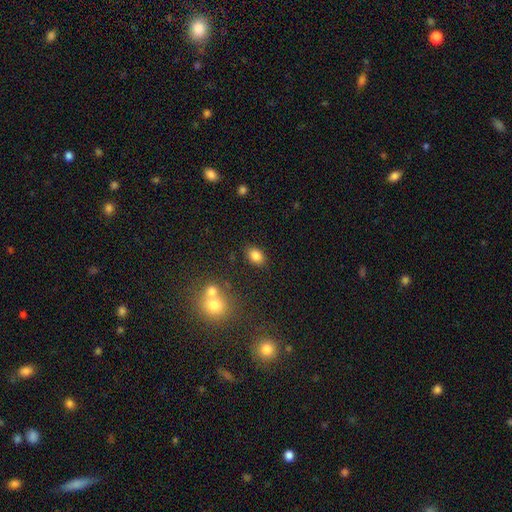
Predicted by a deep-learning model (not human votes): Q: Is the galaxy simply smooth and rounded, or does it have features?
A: smooth — 83%.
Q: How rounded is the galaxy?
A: in between — 79%.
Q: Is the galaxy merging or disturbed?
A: none — 83%.